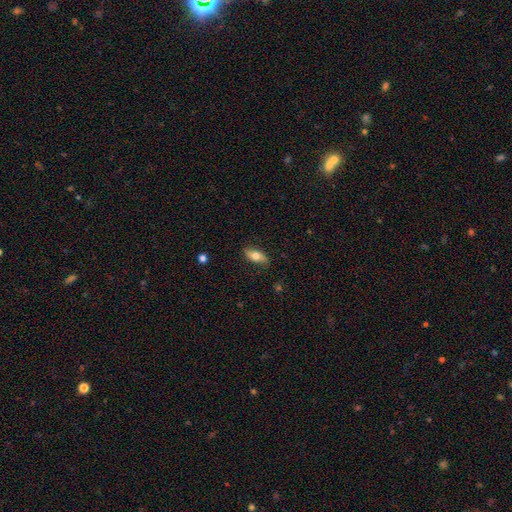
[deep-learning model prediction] This is likely a smooth galaxy (70%). How rounded: clearly in between (83%). Merging: clearly none (85%).